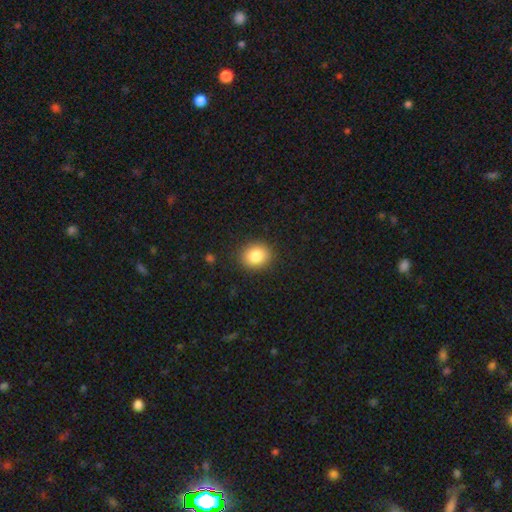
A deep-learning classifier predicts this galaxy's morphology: A smooth galaxy with no disk features (85%) that is round (67%). Merging: none (89%).